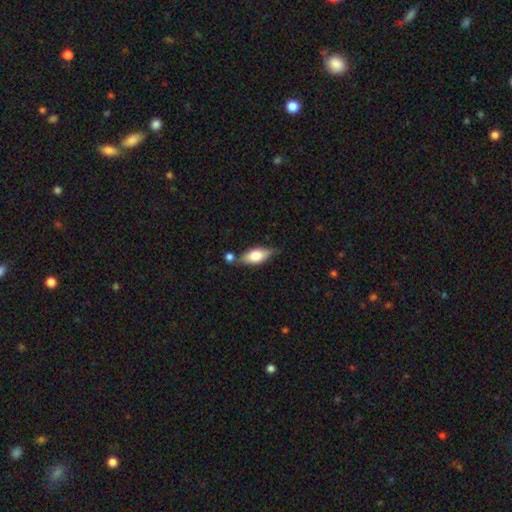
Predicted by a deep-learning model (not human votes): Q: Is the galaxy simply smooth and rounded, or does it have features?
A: smooth — 65%.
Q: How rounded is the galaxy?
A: in between — 78%.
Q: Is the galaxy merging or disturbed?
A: none — 63%.